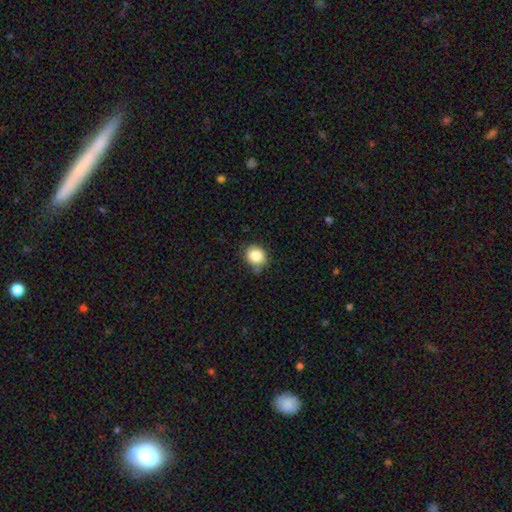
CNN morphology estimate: Smooth or featured? smooth (85%)
How rounded? round (79%)
Merging? none (76%)